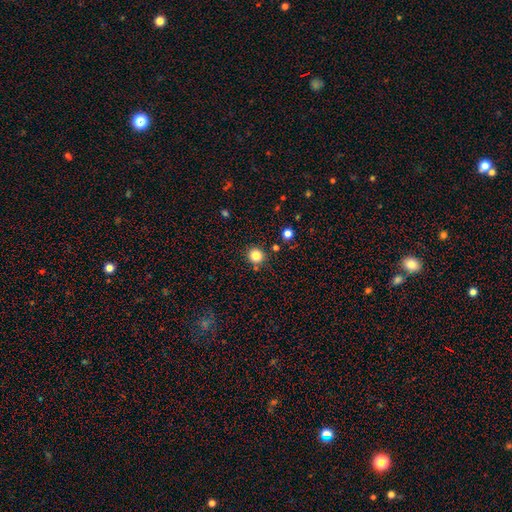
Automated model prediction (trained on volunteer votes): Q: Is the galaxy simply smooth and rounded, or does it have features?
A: smooth — 83%.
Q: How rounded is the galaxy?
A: round — 93%.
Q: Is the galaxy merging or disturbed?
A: none — 85%.